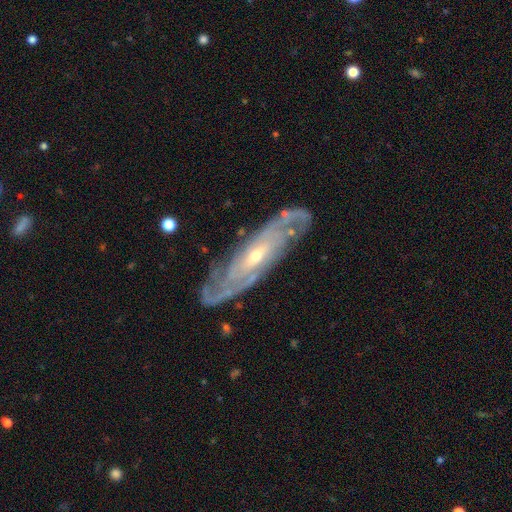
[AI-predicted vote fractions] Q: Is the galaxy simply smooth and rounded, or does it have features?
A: featured or disk — 88%.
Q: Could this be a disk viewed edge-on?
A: no — 80%.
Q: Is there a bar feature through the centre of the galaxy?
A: no — 55%.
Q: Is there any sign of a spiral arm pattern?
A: yes — 96%.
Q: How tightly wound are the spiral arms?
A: tight — 66%.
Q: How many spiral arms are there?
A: can't tell — 32%, tied with 2.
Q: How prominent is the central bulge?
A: small — 59%.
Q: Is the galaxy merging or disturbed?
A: none — 82%.